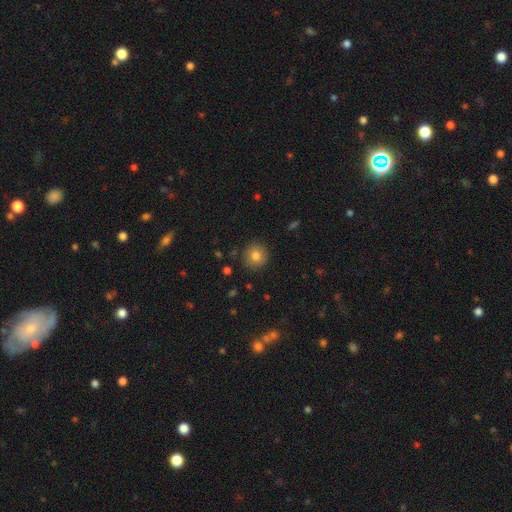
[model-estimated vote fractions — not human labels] Smooth or featured: smooth — 80% (star or artifact — 11%)
How rounded: round — 93% (in between — 6%)
Merging: none — 89% (minor disturbance — 7%)